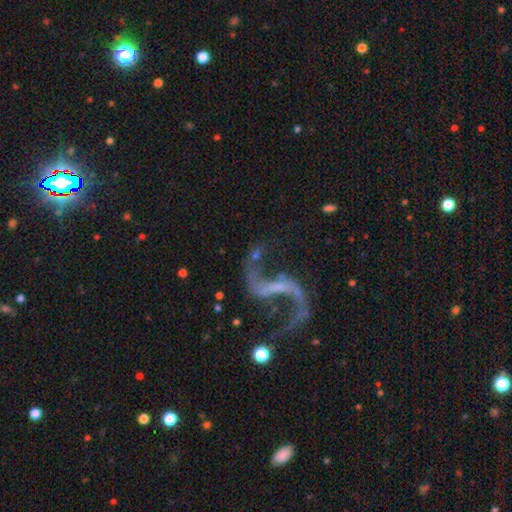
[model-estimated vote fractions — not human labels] Q: Smooth or featured?
A: featured or disk (88%); runner-up: star or artifact (7%)
Q: Edge-on disk?
A: no (97%); runner-up: yes (3%)
Q: Bar?
A: strong (41%); runner-up: weak (36%)
Q: Spiral arms?
A: yes (95%); runner-up: no (5%)
Q: Spiral winding?
A: loose (90%); runner-up: medium (8%)
Q: Spiral arm count?
A: 2 (93%); runner-up: 1 (3%)
Q: Bulge size?
A: none (57%); runner-up: small (29%)
Q: Merging?
A: none (66%); runner-up: major disturbance (15%)